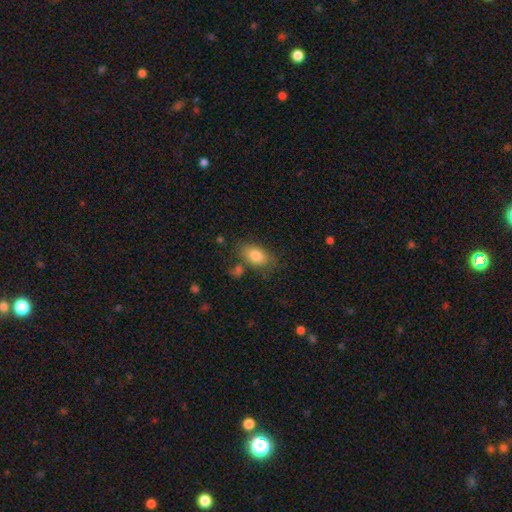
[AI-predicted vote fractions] This is clearly a smooth galaxy (82%). How rounded: clearly in between (87%). Merging: likely none (74%).